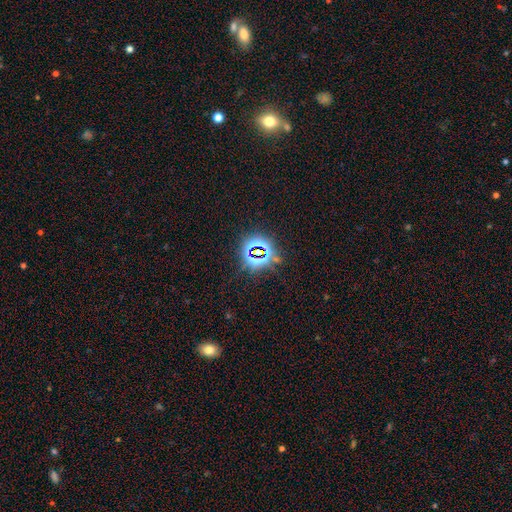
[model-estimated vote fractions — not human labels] star or artifact 76%, smooth 16%, featured or disk 8%.